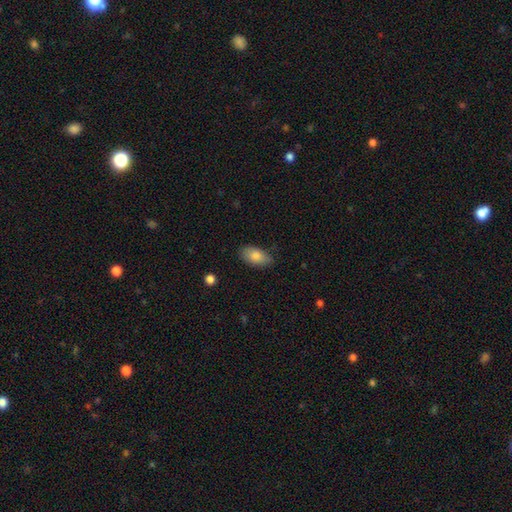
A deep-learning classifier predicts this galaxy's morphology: Overall: smooth (82%). How rounded: in between (93%). Merging: none (80%).